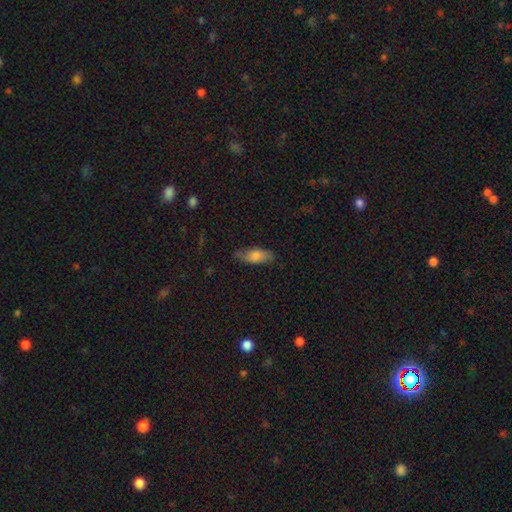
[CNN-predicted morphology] This appears to be a smooth galaxy with no disk features (73%) that is in between round and cigar-shaped (80%). Merging: none (69%).